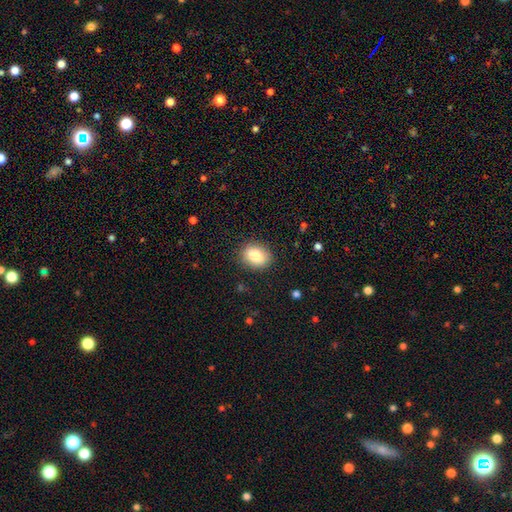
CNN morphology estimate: Smooth or featured?
  - smooth: 80% *
  - featured or disk: 11%
  - star or artifact: 9%
How rounded?
  - in between: 61% *
  - round: 37%
  - cigar-shaped: 1%
Merging?
  - none: 87% *
  - minor disturbance: 9%
  - major disturbance: 3%
  - merger: 1%